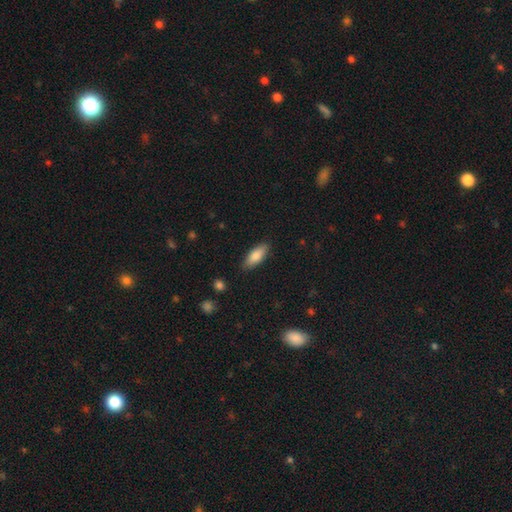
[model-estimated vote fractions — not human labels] A smooth galaxy with no disk features (82%) that is in between round and cigar-shaped (74%). Merging: none (86%).